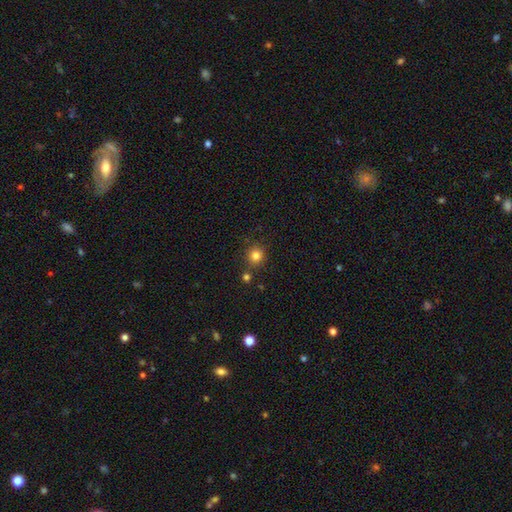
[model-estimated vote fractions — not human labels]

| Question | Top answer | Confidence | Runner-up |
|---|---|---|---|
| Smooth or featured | smooth | 82% | star or artifact (13%) |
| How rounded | round | 90% | in between (9%) |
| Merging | none | 82% | minor disturbance (8%) |